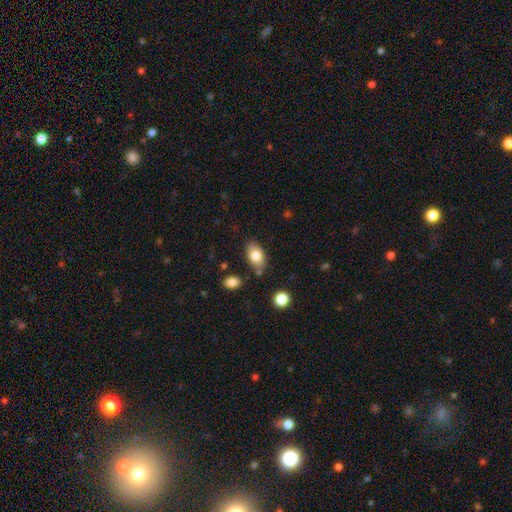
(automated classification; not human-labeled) The model was most divided on "merging": none: 75%, minor disturbance: 16%, merger: 6%, major disturbance: 3%. More confident: how rounded — in between (90%); smooth or featured — smooth (80%).